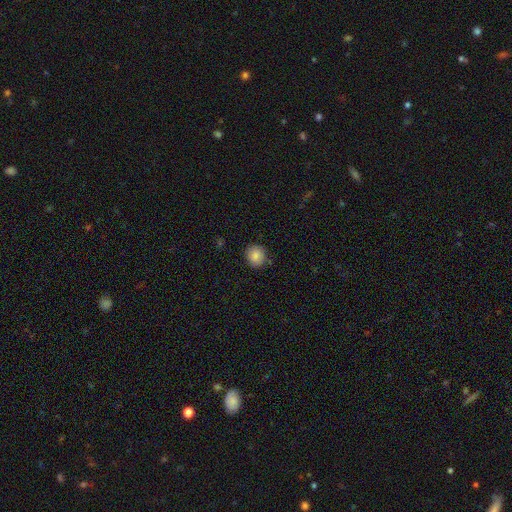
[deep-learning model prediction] Smooth or featured: smooth — 87% (star or artifact — 8%)
How rounded: round — 83% (in between — 16%)
Merging: none — 84% (minor disturbance — 12%)